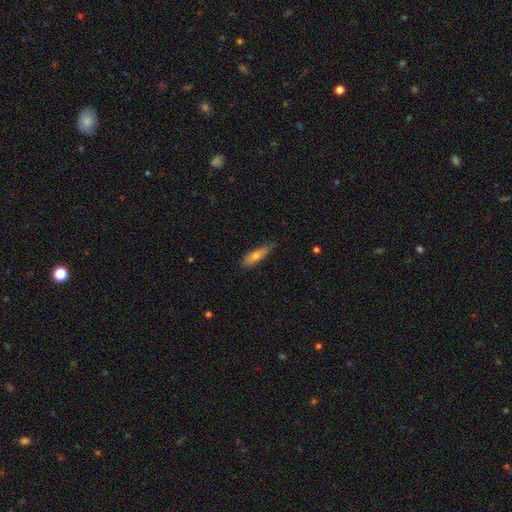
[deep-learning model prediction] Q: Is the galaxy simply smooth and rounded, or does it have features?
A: smooth — 62%.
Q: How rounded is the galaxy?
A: cigar-shaped — 63%.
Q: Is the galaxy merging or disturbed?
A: none — 71%.